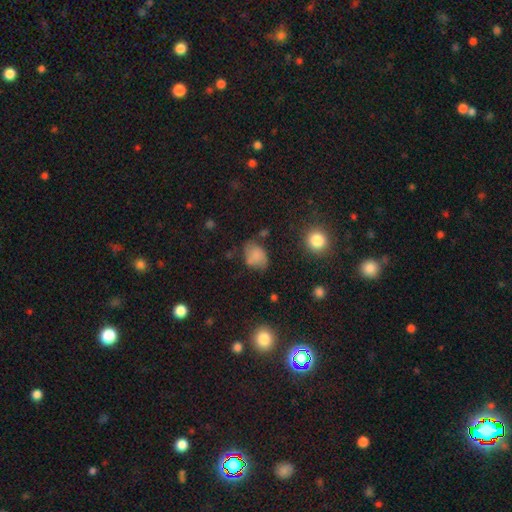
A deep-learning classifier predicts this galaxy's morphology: smooth_or_featured: smooth (p=0.76) [alt: star or artifact p=0.12]
how_rounded: in between (p=0.70) [alt: round p=0.28]
merging: none (p=0.52) [alt: minor disturbance p=0.31]